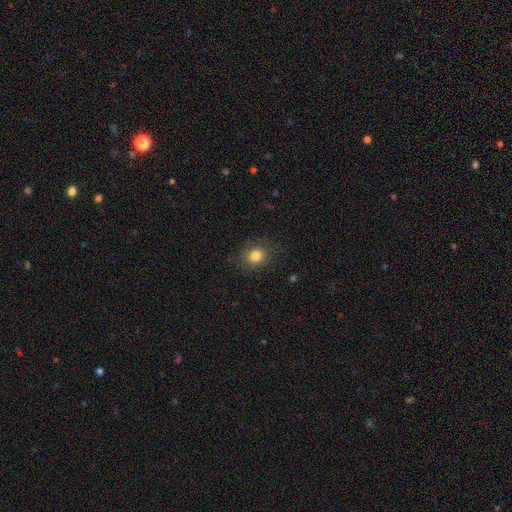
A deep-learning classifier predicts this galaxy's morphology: Smooth or featured? smooth (82%)
How rounded? round (70%)
Merging? none (80%)